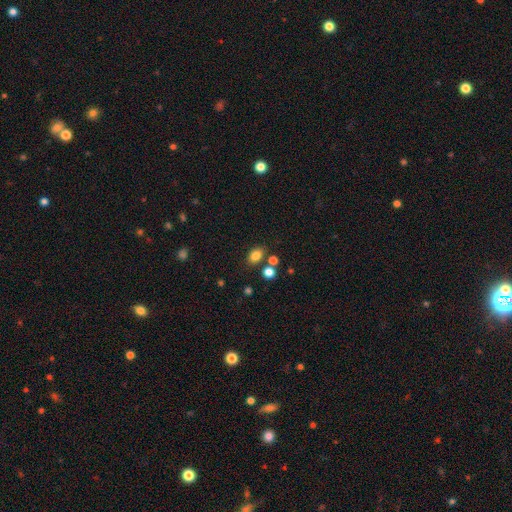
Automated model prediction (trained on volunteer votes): Overall: smooth (81%). How rounded: in between (70%). Merging: none (74%).